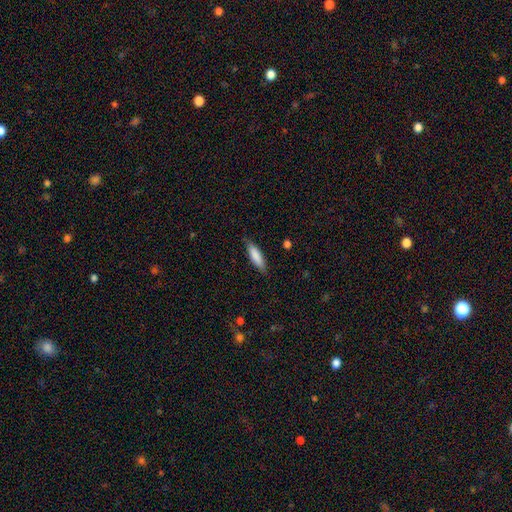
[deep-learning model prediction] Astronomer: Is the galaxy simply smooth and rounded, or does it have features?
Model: smooth — 82%.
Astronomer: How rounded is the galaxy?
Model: cigar-shaped — 63%.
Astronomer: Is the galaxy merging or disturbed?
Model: none — 82%.